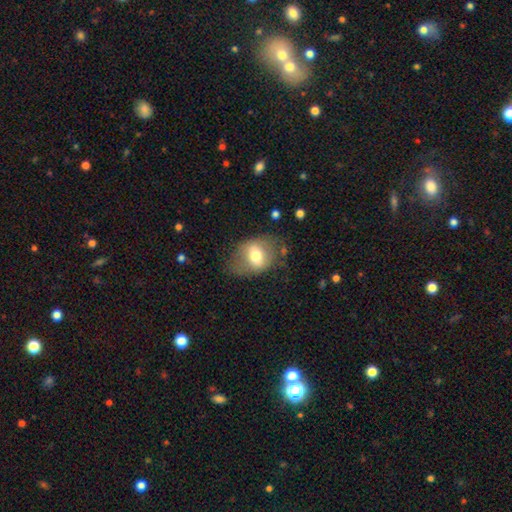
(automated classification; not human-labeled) This is possibly a smooth galaxy (57%). How rounded: likely in between (72%). Merging: possibly none (58%).